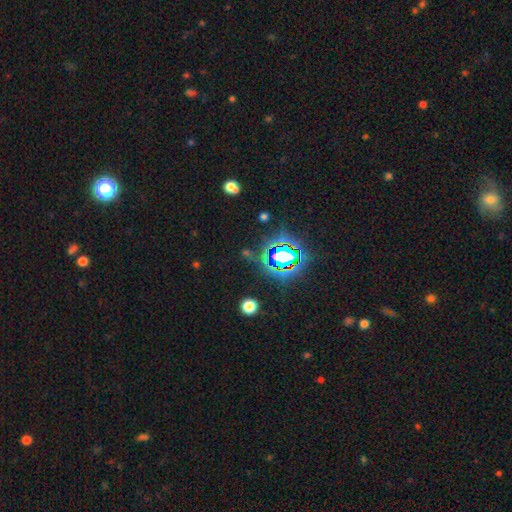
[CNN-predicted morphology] The model was most divided on "smooth or featured": star or artifact: 76%, smooth: 15%, featured or disk: 9%.